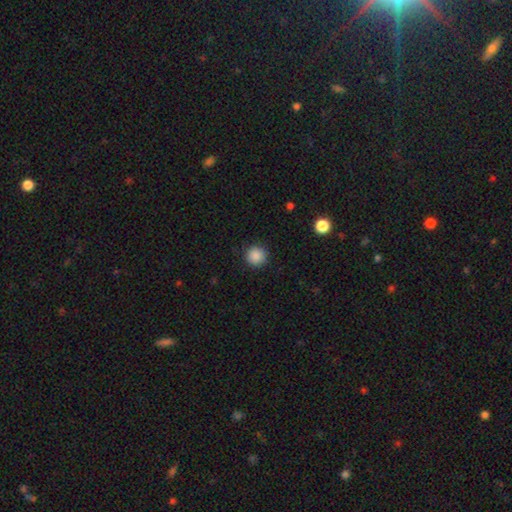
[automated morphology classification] smooth-or-featured: smooth: 88% | star or artifact: 10% | featured or disk: 3%
  how-rounded: round: 95% | in between: 4% | cigar-shaped: 1%
  merging: none: 90% | minor disturbance: 6% | major disturbance: 2% | merger: 1%